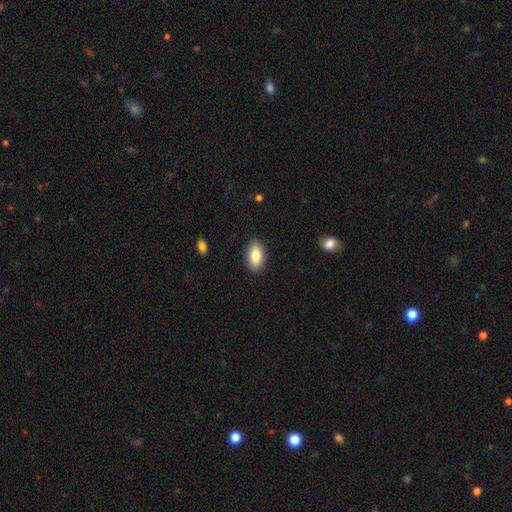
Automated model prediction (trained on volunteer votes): smooth_or_featured: smooth (p=0.82) [alt: featured or disk p=0.11]
how_rounded: in between (p=0.91) [alt: round p=0.06]
merging: none (p=0.88) [alt: minor disturbance p=0.09]